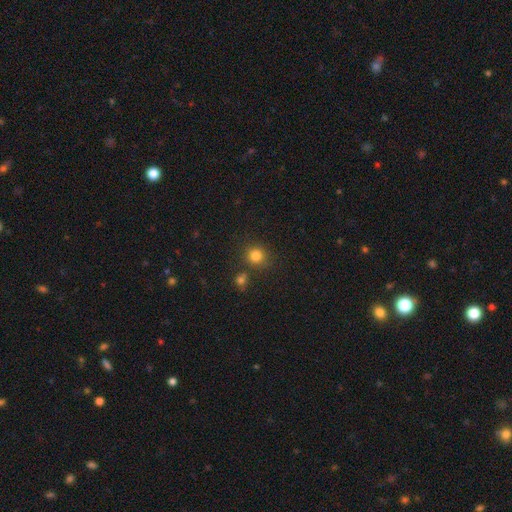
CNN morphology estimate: Q: Smooth or featured?
A: smooth (81%); runner-up: star or artifact (14%)
Q: How rounded?
A: round (90%); runner-up: in between (9%)
Q: Merging?
A: none (78%); runner-up: minor disturbance (9%)